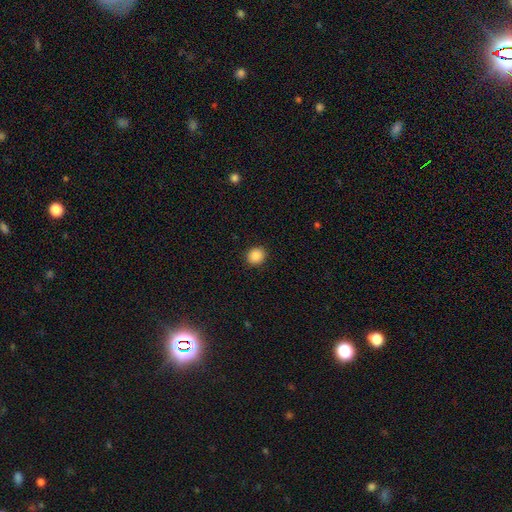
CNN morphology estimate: smooth-or-featured: smooth: 88% | star or artifact: 9% | featured or disk: 3%
  how-rounded: round: 82% | in between: 17% | cigar-shaped: 1%
  merging: none: 92% | minor disturbance: 6% | major disturbance: 2% | merger: 1%